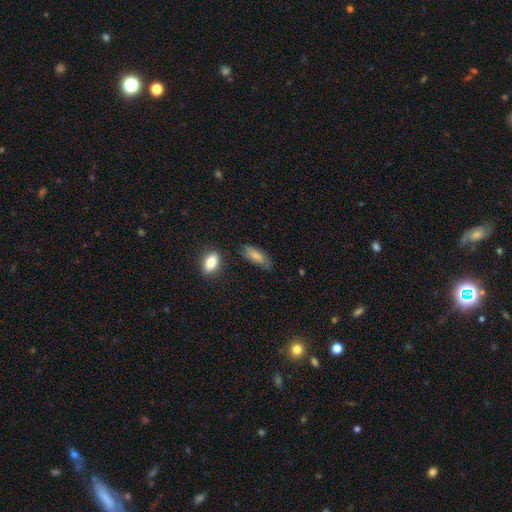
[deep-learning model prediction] Smooth or featured: smooth — 74% (featured or disk — 18%)
How rounded: in between — 71% (cigar-shaped — 26%)
Merging: none — 62% (minor disturbance — 27%)